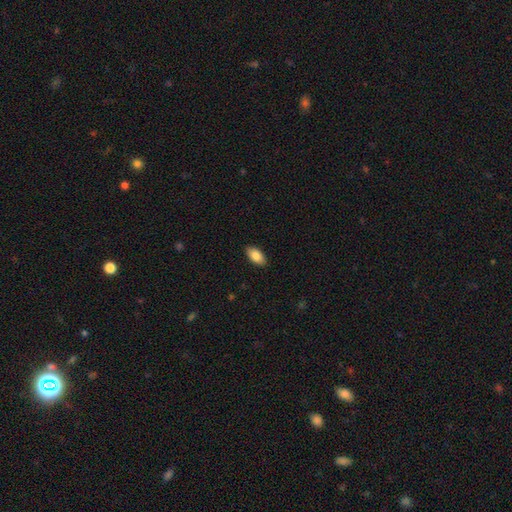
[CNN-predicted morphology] smooth 85%, featured or disk 8%, star or artifact 7%. Down the decision tree: how rounded — in between (93%); merging — none (89%).